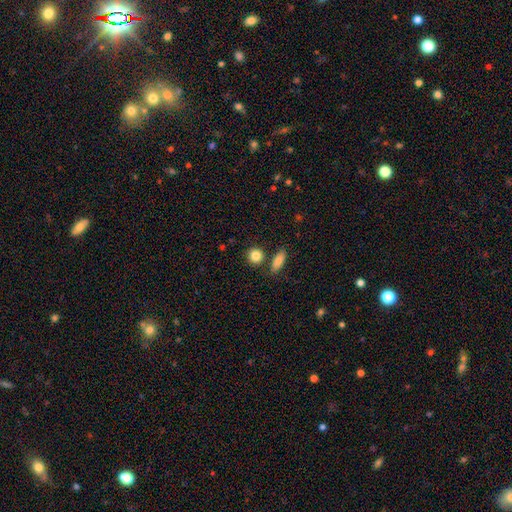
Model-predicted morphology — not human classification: type=smooth (86%); roundness=round (80%); merging=none (76%).